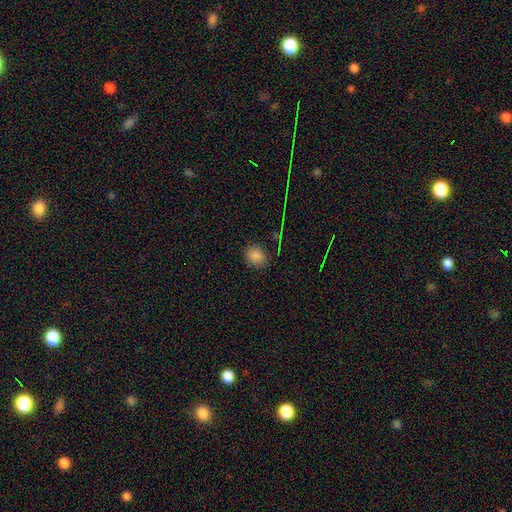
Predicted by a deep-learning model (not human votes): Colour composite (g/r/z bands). It shows a smooth galaxy with no disk features (81%) that is in between round and cigar-shaped (55%). Merging: none (85%).